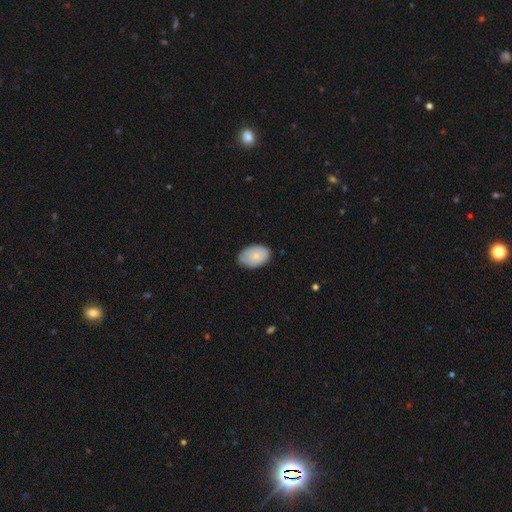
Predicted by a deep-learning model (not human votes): This appears to be a smooth galaxy with no disk features (76%) that is in between round and cigar-shaped (90%). Merging: none (76%).